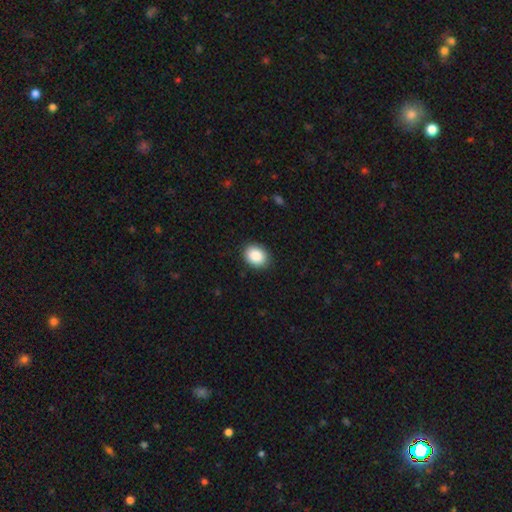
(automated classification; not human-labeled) A smooth galaxy with no disk features (89%) that is in between round and cigar-shaped (58%). Merging: none (89%).